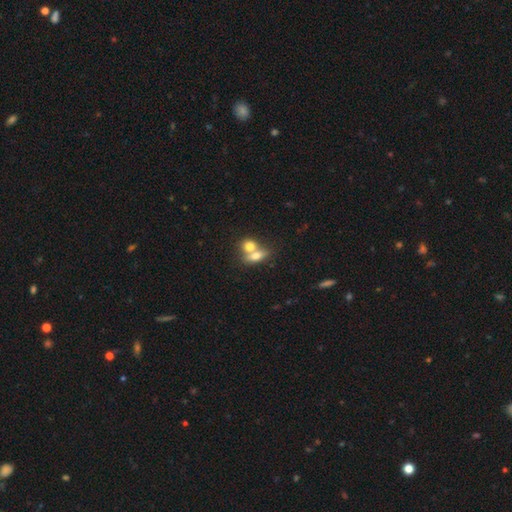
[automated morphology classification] Overall: smooth (70%). How rounded: in between (64%; round 24%). Merging: merger (59%; none 30%).